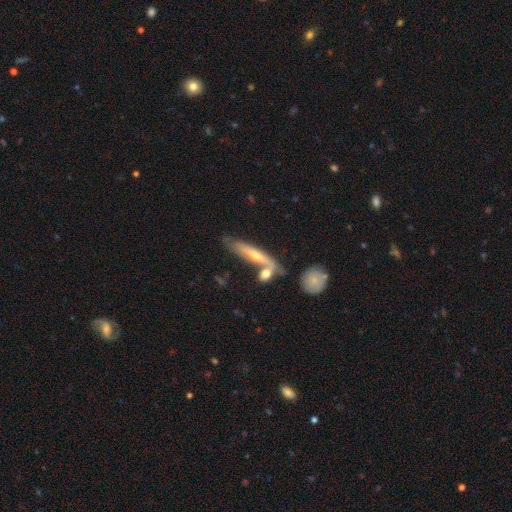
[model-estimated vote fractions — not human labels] Smooth or featured? Predicted: featured or disk (p=0.54). Edge-on disk? Predicted: yes (p=0.81). Merging? Predicted: none (p=0.53).